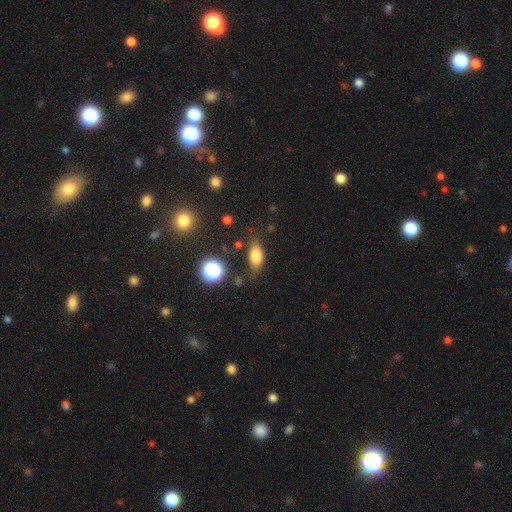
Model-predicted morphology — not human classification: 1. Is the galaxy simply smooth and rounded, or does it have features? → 77% smooth, 12% featured or disk, 11% star or artifact.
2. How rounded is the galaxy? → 82% in between, 9% round, 9% cigar-shaped.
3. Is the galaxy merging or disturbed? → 65% none, 23% minor disturbance, 8% major disturbance, 4% merger.